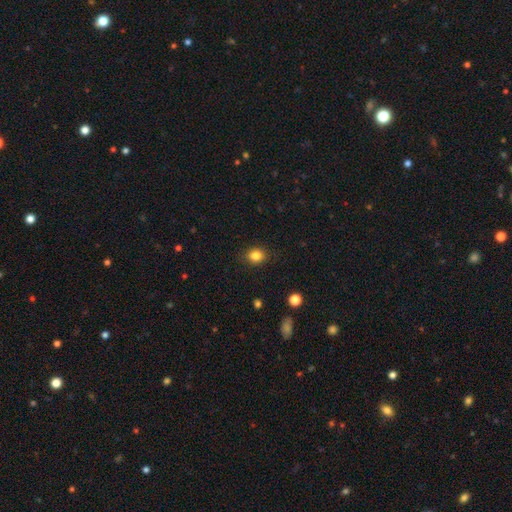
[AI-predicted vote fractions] smooth-or-featured: smooth: 83% | star or artifact: 11% | featured or disk: 5%
  how-rounded: round: 58% | in between: 41% | cigar-shaped: 1%
  merging: none: 87% | minor disturbance: 10% | major disturbance: 2% | merger: 1%